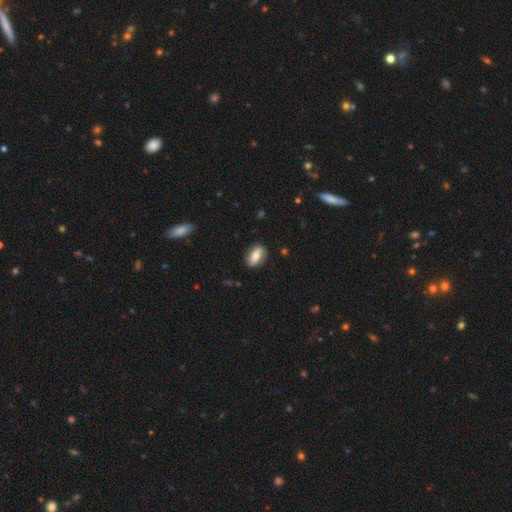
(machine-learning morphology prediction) Q: Smooth or featured?
A: smooth (60%); runner-up: featured or disk (33%)
Q: How rounded?
A: in between (85%); runner-up: round (10%)
Q: Merging?
A: none (83%); runner-up: minor disturbance (13%)